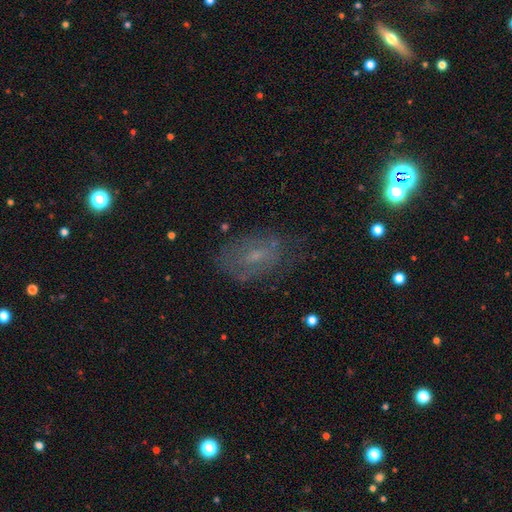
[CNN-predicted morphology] A featured or disk galaxy (51%).

Vote fractions:
- Smooth or featured? featured or disk: 51% / smooth: 33% / star or artifact: 16%
- Edge-on disk? no: 93% / yes: 7%
- Merging? none: 60% / minor disturbance: 23% / major disturbance: 15% / merger: 2%